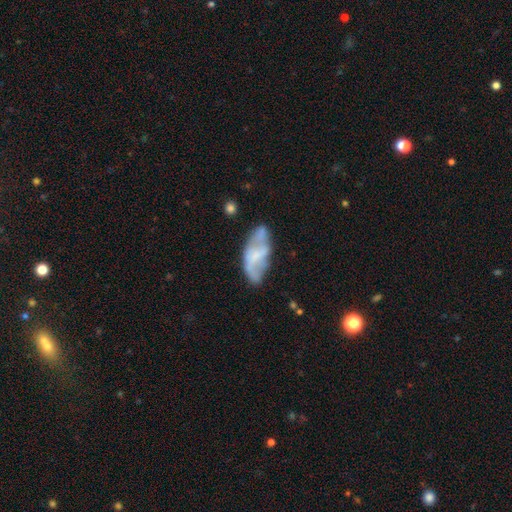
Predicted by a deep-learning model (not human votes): smooth-or-featured: featured or disk: 56% | smooth: 36% | star or artifact: 8%
  disk-edge-on: no: 91% | yes: 9%
    bar: no: 49% | weak: 35% | strong: 16%
    has-spiral-arms: yes: 52% | no: 48%
    bulge-size: none: 39% | small: 37% | moderate: 19% | large: 3% | dominant: 1%
  merging: none: 49% | minor disturbance: 27% | major disturbance: 16% | merger: 8%